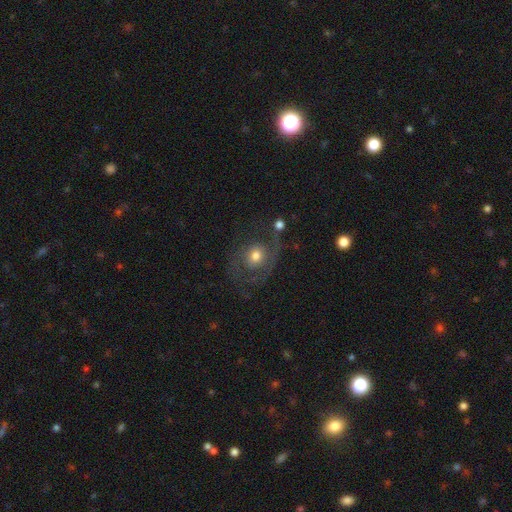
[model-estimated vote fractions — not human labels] Overall: featured or disk (56%; smooth 35%). Edge-on disk: no (96%). Bar: no (81%). Spiral arms: yes (65%; no 35%). Bulge size: moderate (69%). Merging: none (47%; major disturbance 27%).